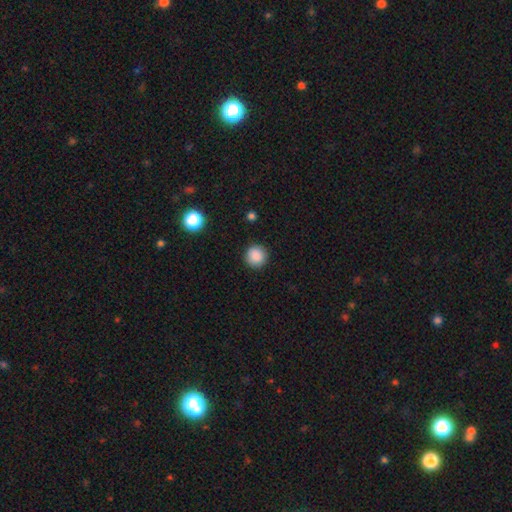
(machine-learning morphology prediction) Smooth or featured? Predicted: smooth (p=0.88). How rounded? Predicted: round (p=0.94). Merging? Predicted: none (p=0.91).